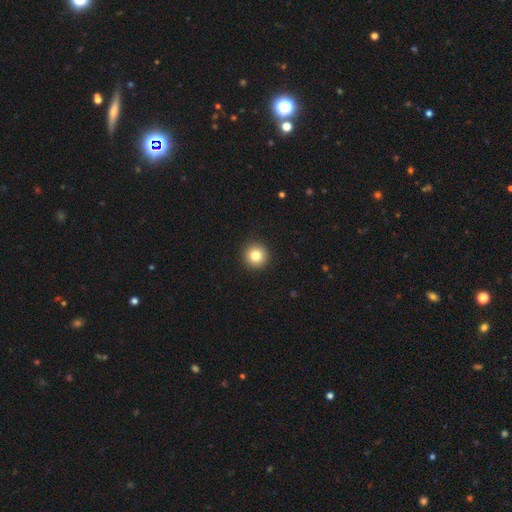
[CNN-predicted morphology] Q: Smooth or featured?
A: smooth (82%); runner-up: star or artifact (11%)
Q: How rounded?
A: round (96%); runner-up: in between (3%)
Q: Merging?
A: none (93%); runner-up: minor disturbance (4%)